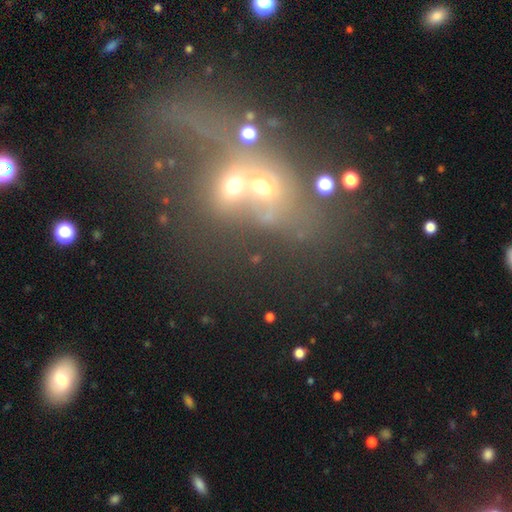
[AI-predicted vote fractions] The model was most divided on "smooth or featured": smooth: 35%, featured or disk: 33%, star or artifact: 32%. More confident: merging — merger (69%).